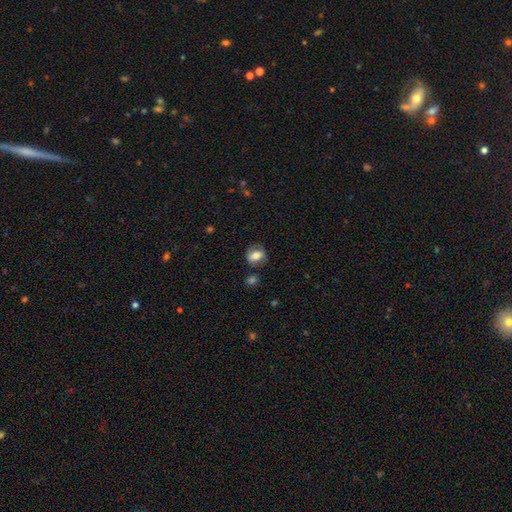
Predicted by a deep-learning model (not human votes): smooth_or_featured: smooth (p=0.69) [alt: featured or disk p=0.22]
how_rounded: in between (p=0.64) [alt: round p=0.34]
merging: none (p=0.72) [alt: minor disturbance p=0.17]